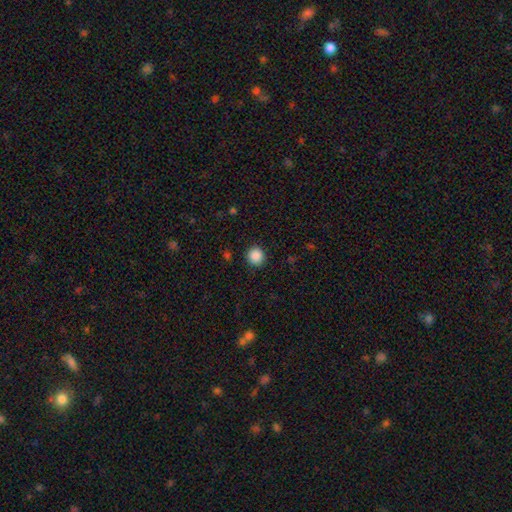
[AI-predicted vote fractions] This appears to be a smooth galaxy with no disk features (88%) that is round (93%). Merging: none (91%).